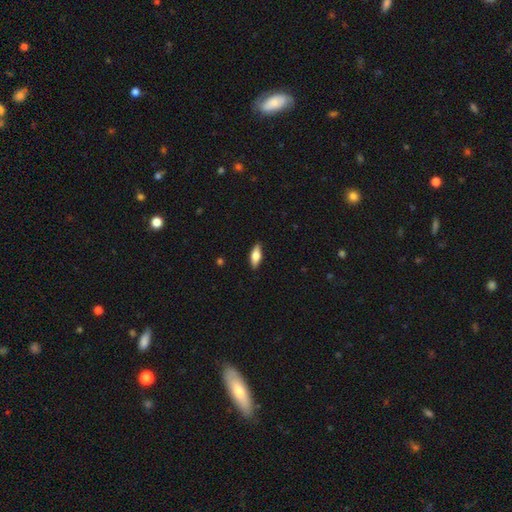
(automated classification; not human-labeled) smooth-or-featured: smooth: 69% | featured or disk: 25% | star or artifact: 6%
  how-rounded: in between: 71% | cigar-shaped: 26% | round: 3%
  merging: none: 88% | minor disturbance: 10% | major disturbance: 2% | merger: 1%